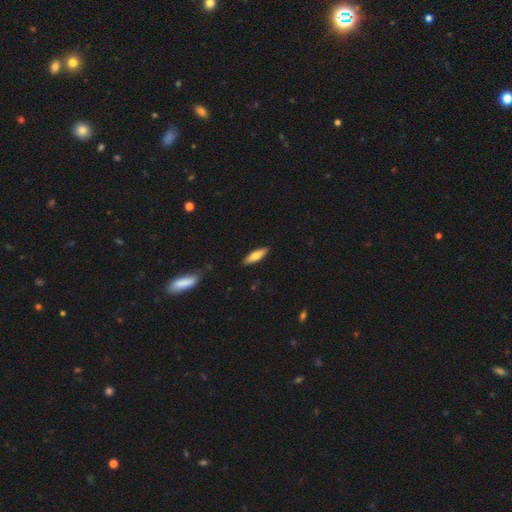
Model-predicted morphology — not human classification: The model was most divided on "how rounded": cigar-shaped: 50%, in between: 48%, round: 2%. More confident: merging — none (88%); smooth or featured — smooth (75%).